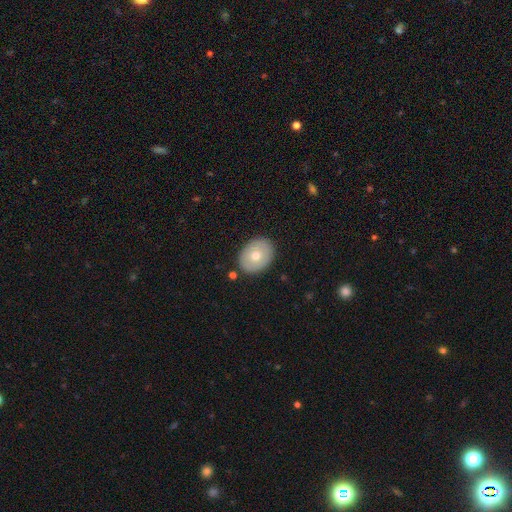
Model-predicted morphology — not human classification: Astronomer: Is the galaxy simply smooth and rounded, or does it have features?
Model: smooth — 65%.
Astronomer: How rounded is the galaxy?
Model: in between — 67%.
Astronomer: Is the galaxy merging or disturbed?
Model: none — 87%.